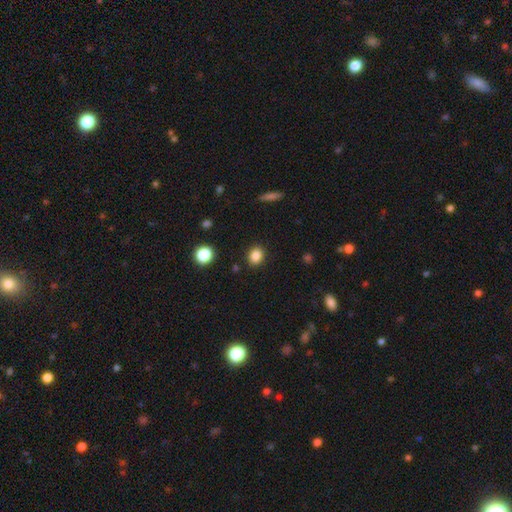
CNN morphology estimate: Smooth or featured?
  - smooth: 85% *
  - star or artifact: 11%
  - featured or disk: 5%
How rounded?
  - round: 55% *
  - in between: 44%
  - cigar-shaped: 1%
Merging?
  - none: 89% *
  - minor disturbance: 7%
  - major disturbance: 2%
  - merger: 2%